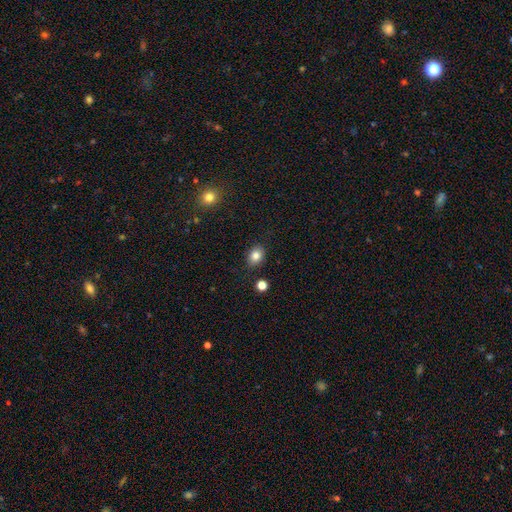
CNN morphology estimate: Overall: smooth (83%). How rounded: in between (59%; round 40%). Merging: none (85%).